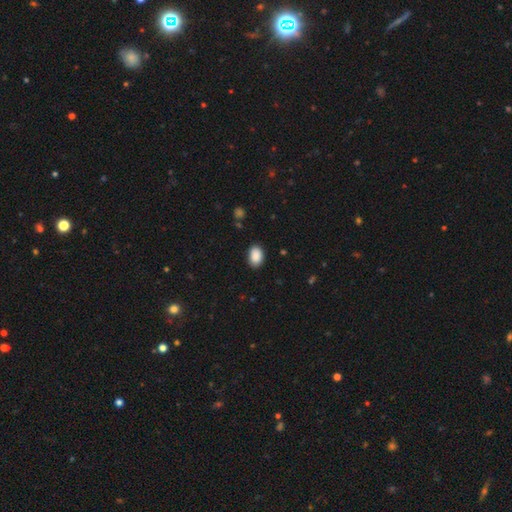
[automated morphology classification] A smooth galaxy with no disk features (90%) that is in between round and cigar-shaped (86%).

Vote fractions:
- Smooth or featured? smooth: 90% / star or artifact: 7% / featured or disk: 3%
- How rounded? in between: 86% / round: 13% / cigar-shaped: 1%
- Merging? none: 86% / minor disturbance: 10% / major disturbance: 2% / merger: 1%